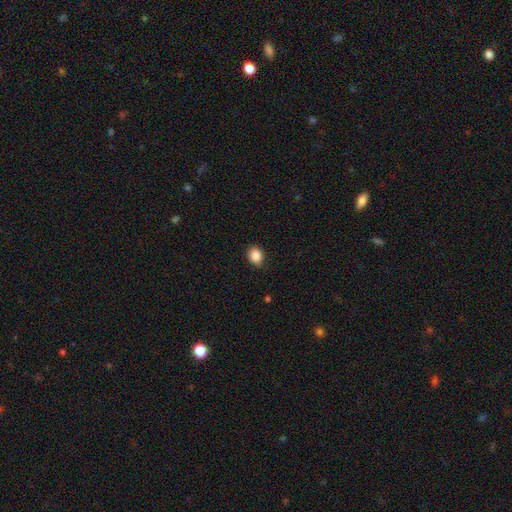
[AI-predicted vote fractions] A smooth galaxy with no disk features (88%) that is in between round and cigar-shaped (55%).

Vote fractions:
- Smooth or featured? smooth: 88% / star or artifact: 9% / featured or disk: 3%
- How rounded? in between: 55% / round: 44% / cigar-shaped: 1%
- Merging? none: 82% / minor disturbance: 14% / major disturbance: 3% / merger: 1%